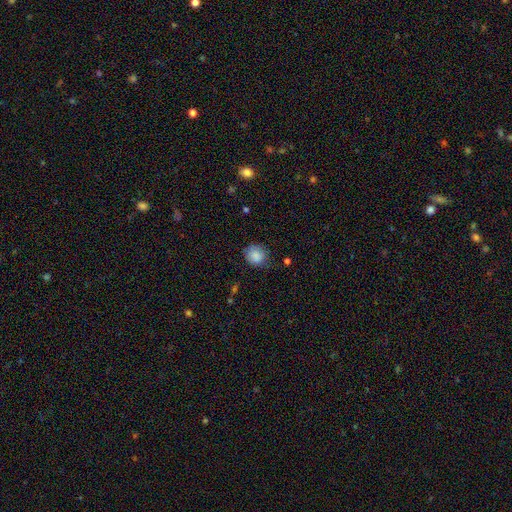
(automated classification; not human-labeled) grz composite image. It shows a smooth galaxy with no disk features (86%) that is round (78%). Merging: none (71%).